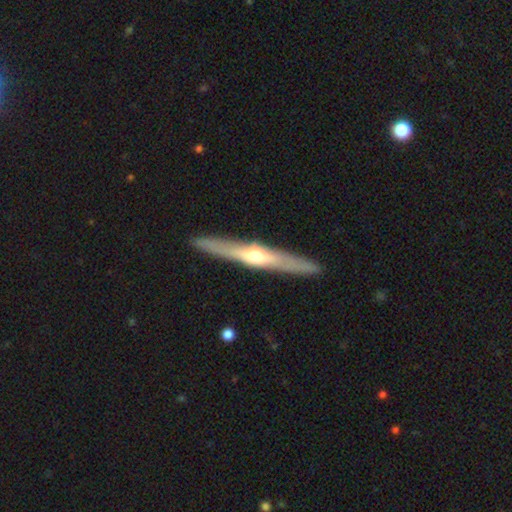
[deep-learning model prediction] A featured or disk galaxy (71%) viewed edge-on (96%) with a rounded central bulge (90%).

Vote fractions:
- Smooth or featured? featured or disk: 71% / smooth: 24% / star or artifact: 5%
- Edge-on disk? yes: 96% / no: 4%
- Edge-on bulge? rounded: 90% / none: 7% / boxy: 4%
- Merging? none: 90% / minor disturbance: 7% / major disturbance: 2% / merger: 1%